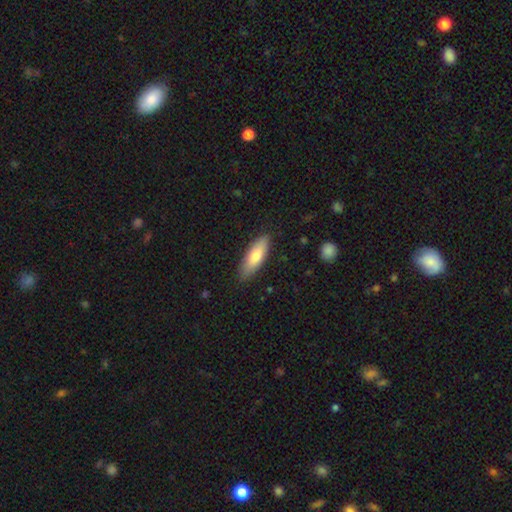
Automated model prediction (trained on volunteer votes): A smooth galaxy with no disk features (74%) that is in between round and cigar-shaped (57%).

Vote fractions:
- Smooth or featured? smooth: 74% / featured or disk: 20% / star or artifact: 6%
- How rounded? in between: 57% / cigar-shaped: 41% / round: 2%
- Merging? none: 85% / minor disturbance: 12% / major disturbance: 2% / merger: 1%